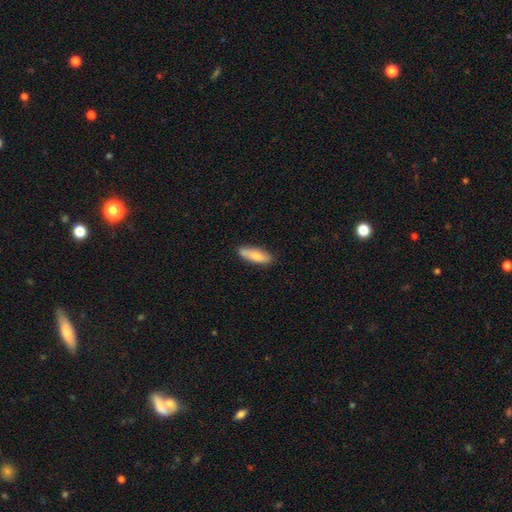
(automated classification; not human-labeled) Smooth or featured? smooth (74%)
How rounded? in between (52%)
Merging? none (84%)